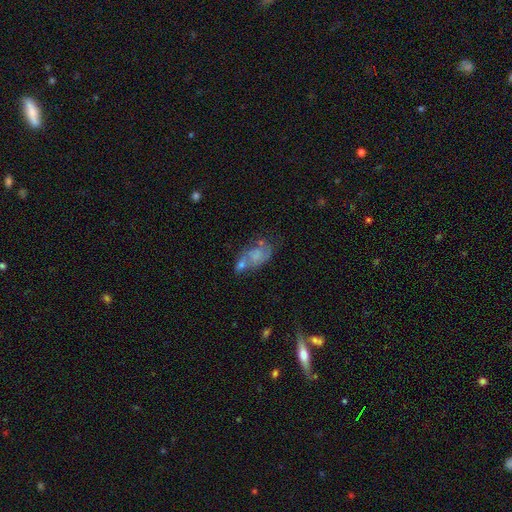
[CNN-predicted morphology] smooth-or-featured: smooth: 48% | featured or disk: 40% | star or artifact: 12%
  merging: merger: 37% | none: 30% | minor disturbance: 18% | major disturbance: 15%